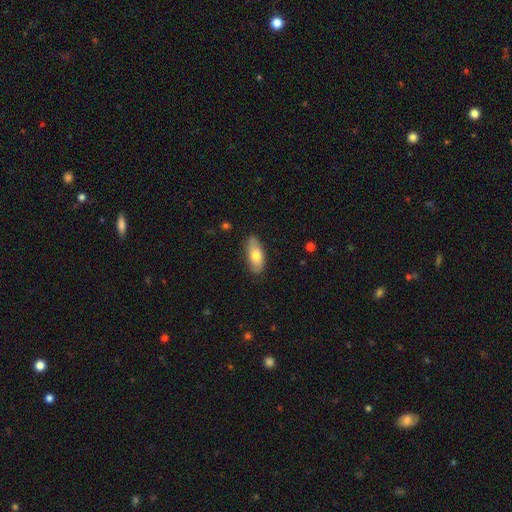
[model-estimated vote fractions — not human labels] This appears to be a smooth galaxy with no disk features (71%) that is in between round and cigar-shaped (84%). Merging: none (85%).